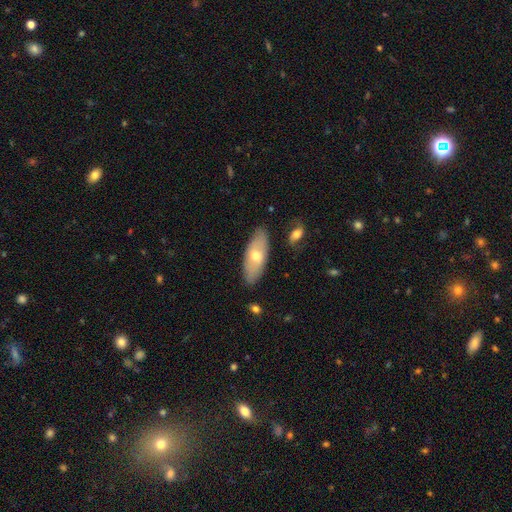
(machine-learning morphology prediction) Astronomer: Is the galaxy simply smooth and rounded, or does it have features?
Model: smooth — 57% (runner-up: featured or disk, 36%).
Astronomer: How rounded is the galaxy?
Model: in between — 76%.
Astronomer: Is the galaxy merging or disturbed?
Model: none — 84%.